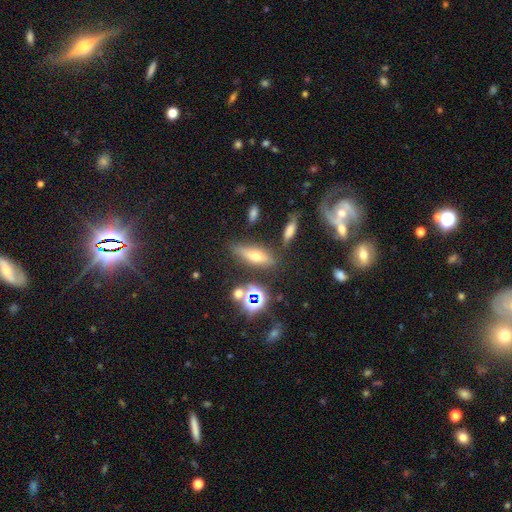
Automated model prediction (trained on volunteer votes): Q: Smooth or featured?
A: smooth (46%); runner-up: featured or disk (36%)
Q: Merging?
A: none (74%); runner-up: minor disturbance (14%)